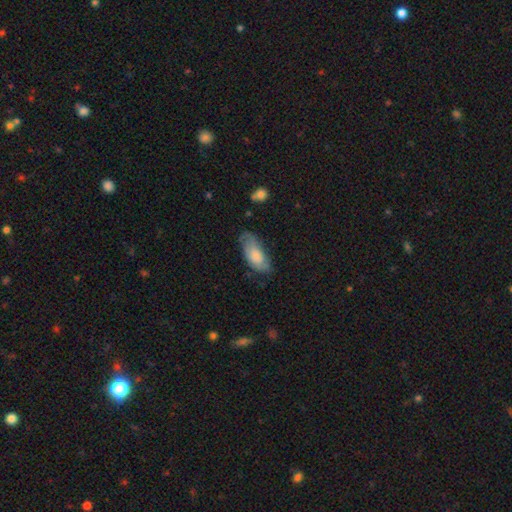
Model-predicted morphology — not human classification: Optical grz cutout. It shows a smooth galaxy with no disk features (71%) that is in between round and cigar-shaped (88%). Merging: none (54%).